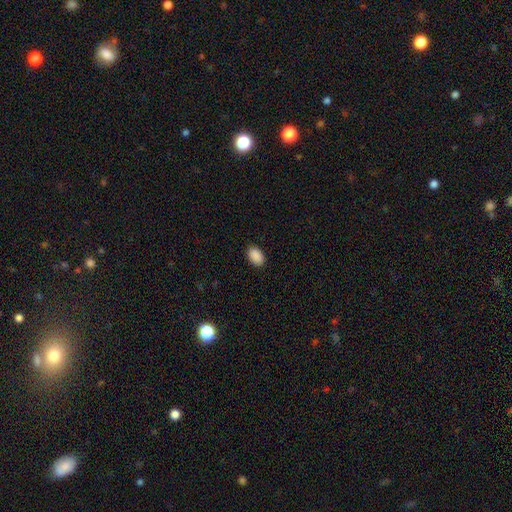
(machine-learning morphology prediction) type=smooth (90%); roundness=in between (87%); merging=none (90%).